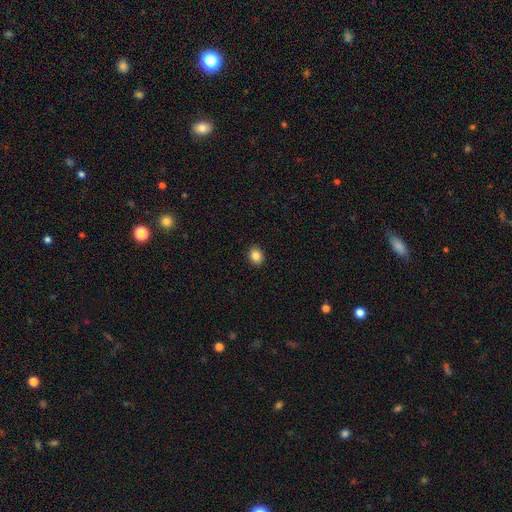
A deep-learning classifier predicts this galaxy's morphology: A smooth galaxy with no disk features (85%) that is round (64%). Merging: none (92%).